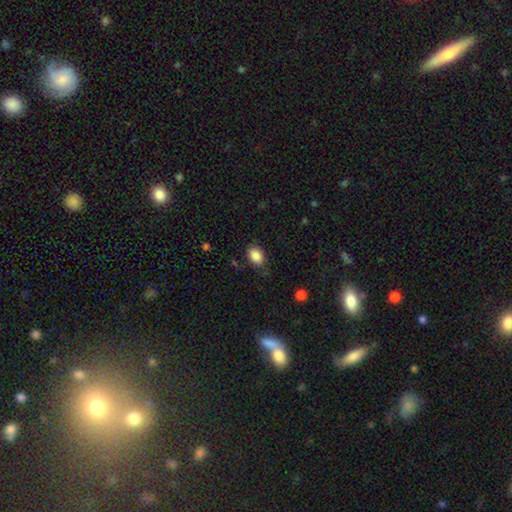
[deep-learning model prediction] A smooth galaxy with no disk features (87%) that is in between round and cigar-shaped (81%). Merging: none (77%).